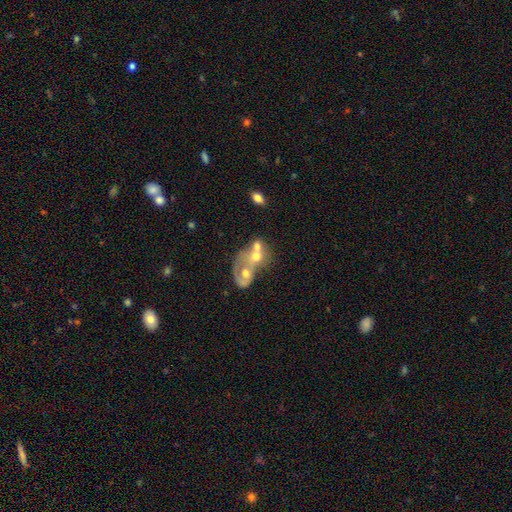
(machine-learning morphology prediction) Overall: featured or disk (50%; smooth 39%). Merging: merger (75%).